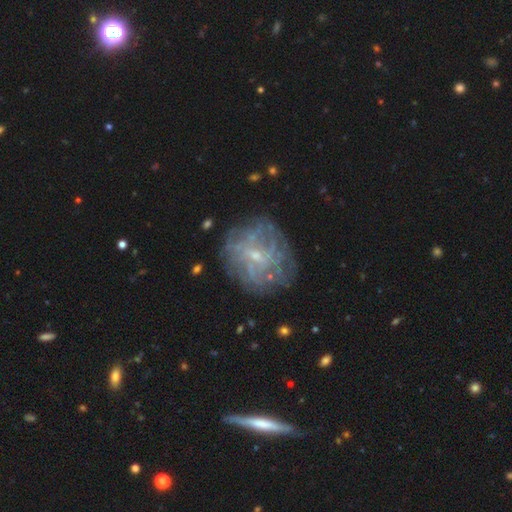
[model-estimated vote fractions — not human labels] Smooth or featured? Predicted: featured or disk (p=0.70). Edge-on disk? Predicted: no (p=0.97). Bar? Predicted: no (p=0.53). Spiral arms? Predicted: yes (p=0.61). Bulge size? Predicted: small (p=0.71). Merging? Predicted: none (p=0.72).